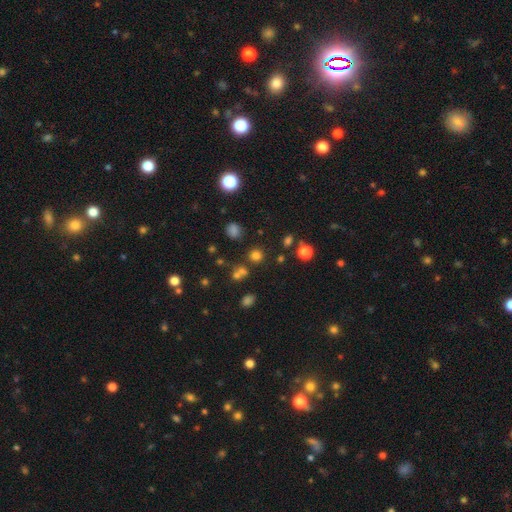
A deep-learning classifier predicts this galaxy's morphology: smooth 69%, star or artifact 24%, featured or disk 7%. Down the decision tree: how rounded — round (89%); merging — none (75%).